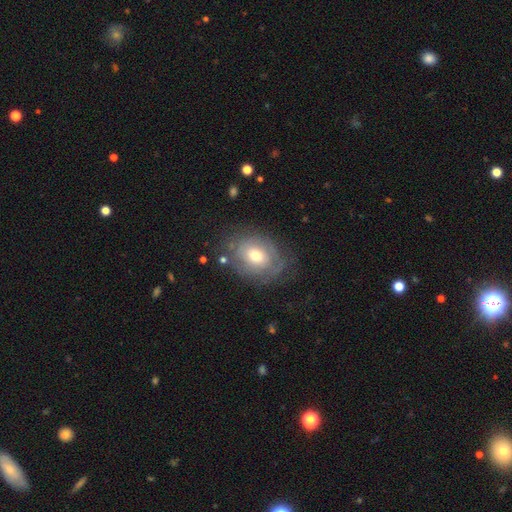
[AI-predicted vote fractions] This appears to be a featured or disk galaxy (50%). Merging: none (68%).